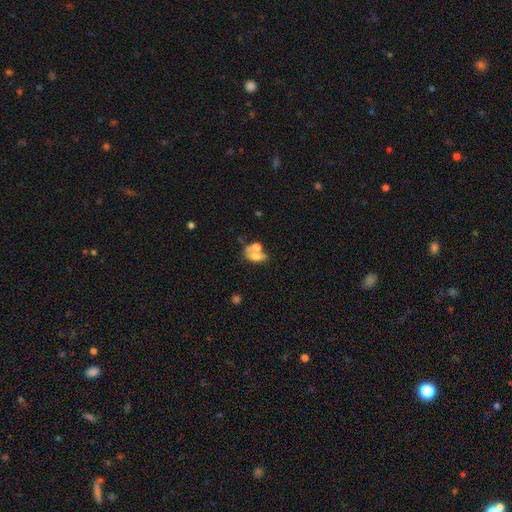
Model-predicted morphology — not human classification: A smooth galaxy with no disk features (55%) that is in between round and cigar-shaped (73%).

Vote fractions:
- Smooth or featured? smooth: 55% / featured or disk: 34% / star or artifact: 11%
- How rounded? in between: 73% / round: 25% / cigar-shaped: 2%
- Merging? merger: 57% / none: 23% / minor disturbance: 10% / major disturbance: 9%